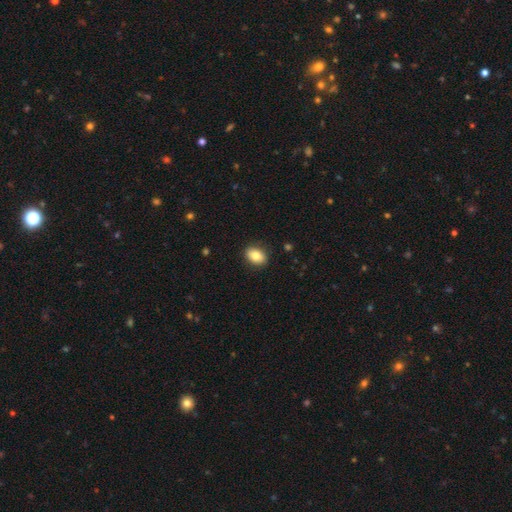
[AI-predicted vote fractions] smooth-or-featured: smooth: 83% | featured or disk: 9% | star or artifact: 8%
  how-rounded: in between: 76% | round: 22% | cigar-shaped: 1%
  merging: none: 88% | minor disturbance: 9% | major disturbance: 2% | merger: 1%